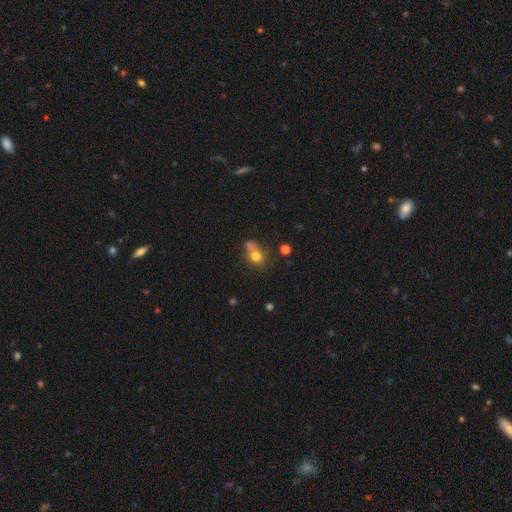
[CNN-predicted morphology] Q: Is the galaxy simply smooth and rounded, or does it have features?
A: smooth — 76%.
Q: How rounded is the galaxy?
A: round — 68%.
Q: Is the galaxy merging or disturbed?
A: none — 42%.